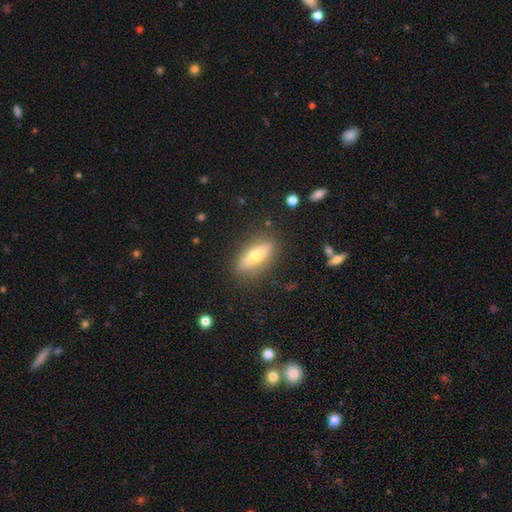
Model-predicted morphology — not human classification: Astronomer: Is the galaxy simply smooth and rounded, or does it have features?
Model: smooth — 61%.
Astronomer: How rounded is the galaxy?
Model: in between — 65%.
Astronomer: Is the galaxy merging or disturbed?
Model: none — 85%.